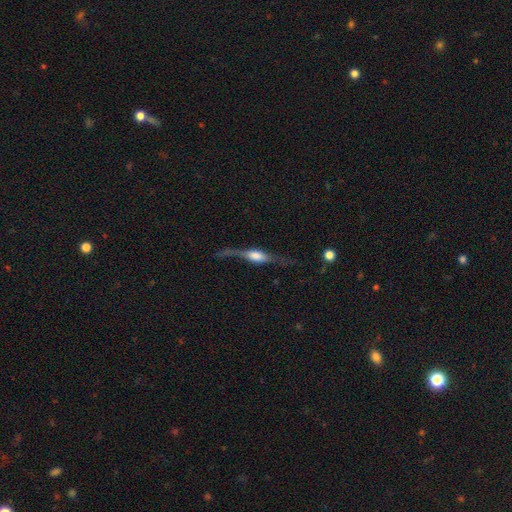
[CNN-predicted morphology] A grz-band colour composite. It shows a featured or disk galaxy (71%) viewed edge-on (87%) with a rounded central bulge (74%). Merging: none (60%).